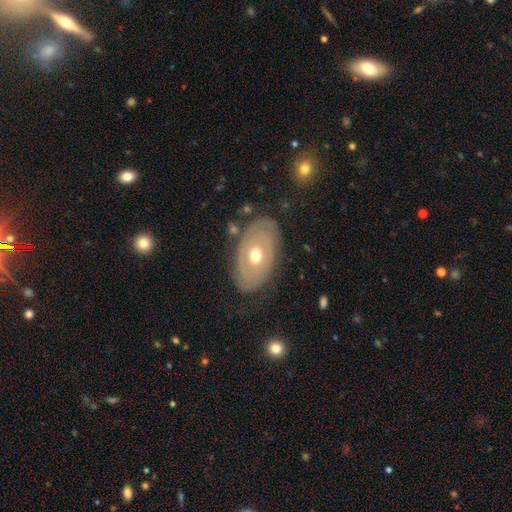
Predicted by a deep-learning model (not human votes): Overall: featured or disk (59%; smooth 35%). Edge-on disk: no (90%). Bar: no (86%). Spiral arms: no (70%). Bulge size: moderate (70%). Merging: none (79%).